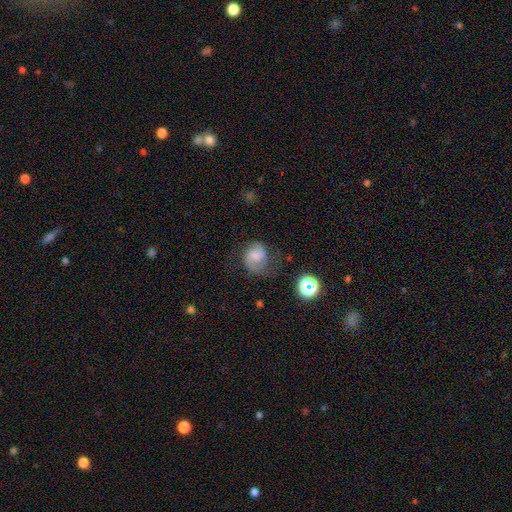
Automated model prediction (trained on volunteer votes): Q: Smooth or featured?
A: featured or disk (64%); runner-up: smooth (26%)
Q: Edge-on disk?
A: no (98%); runner-up: yes (2%)
Q: Bar?
A: weak (52%); runner-up: no (35%)
Q: Spiral arms?
A: yes (92%); runner-up: no (8%)
Q: Spiral winding?
A: medium (51%); runner-up: loose (26%)
Q: Spiral arm count?
A: 2 (80%); runner-up: 1 (9%)
Q: Bulge size?
A: small (35%); runner-up: moderate (34%)
Q: Merging?
A: none (57%); runner-up: minor disturbance (24%)